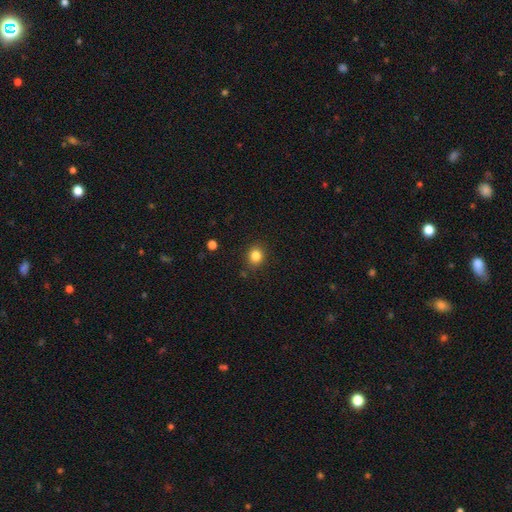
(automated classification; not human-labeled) This appears to be a smooth galaxy with no disk features (84%) that is round (75%). Merging: none (87%).